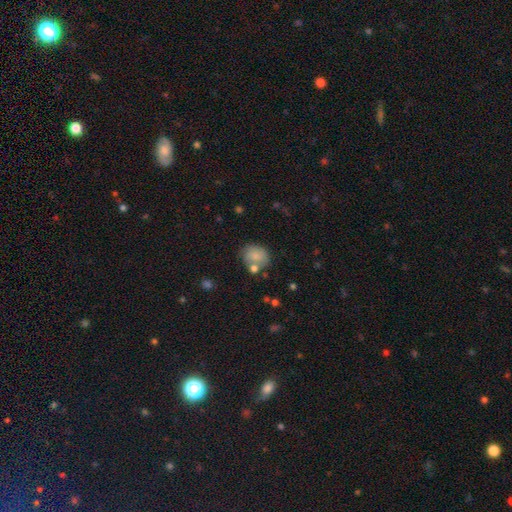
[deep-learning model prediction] smooth-or-featured: smooth: 79% | featured or disk: 12% | star or artifact: 9%
  how-rounded: round: 55% | in between: 44% | cigar-shaped: 1%
  merging: none: 57% | minor disturbance: 19% | merger: 16% | major disturbance: 7%